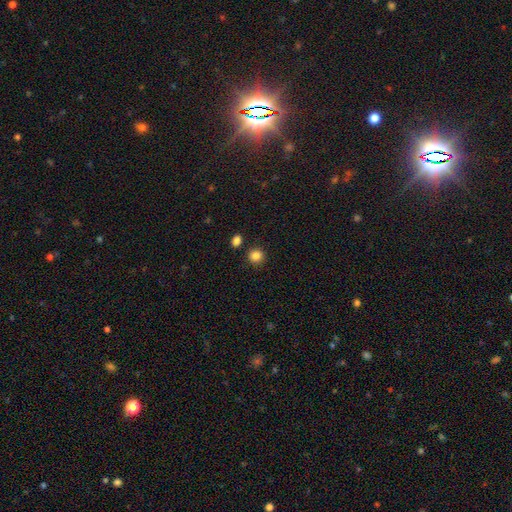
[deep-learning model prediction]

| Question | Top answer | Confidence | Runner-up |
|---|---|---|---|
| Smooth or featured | smooth | 86% | star or artifact (11%) |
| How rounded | round | 90% | in between (9%) |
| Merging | none | 86% | minor disturbance (7%) |